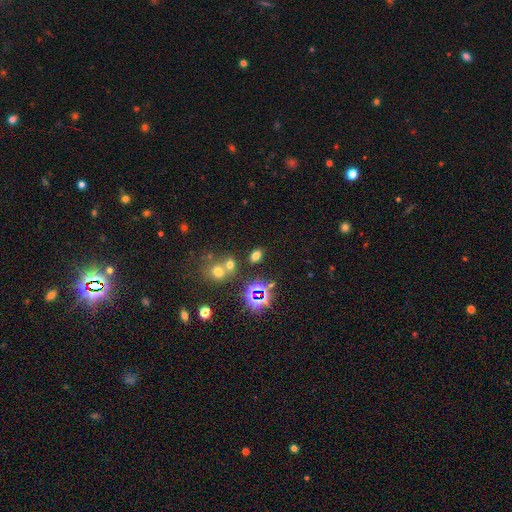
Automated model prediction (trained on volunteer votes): Q: Smooth or featured?
A: smooth (61%); runner-up: star or artifact (31%)
Q: How rounded?
A: in between (80%); runner-up: round (18%)
Q: Merging?
A: none (76%); runner-up: merger (11%)